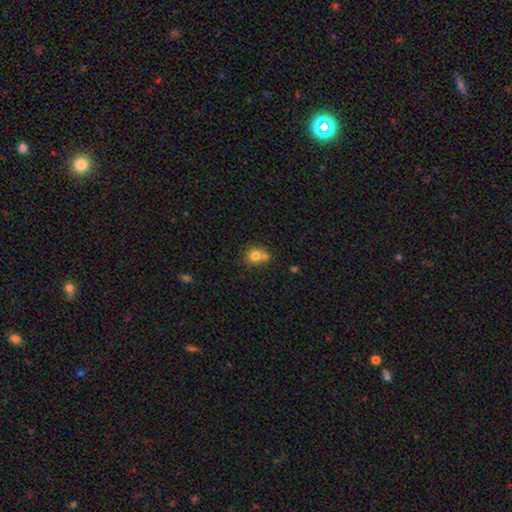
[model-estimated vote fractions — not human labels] smooth 77%, featured or disk 12%, star or artifact 11%. Down the decision tree: how rounded — round (79%); merging — merger (45%).